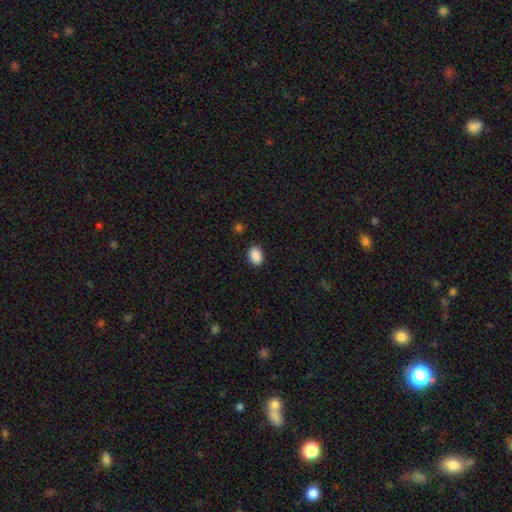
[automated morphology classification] This is clearly a smooth galaxy (89%). How rounded: likely in between (74%). Merging: clearly none (88%).